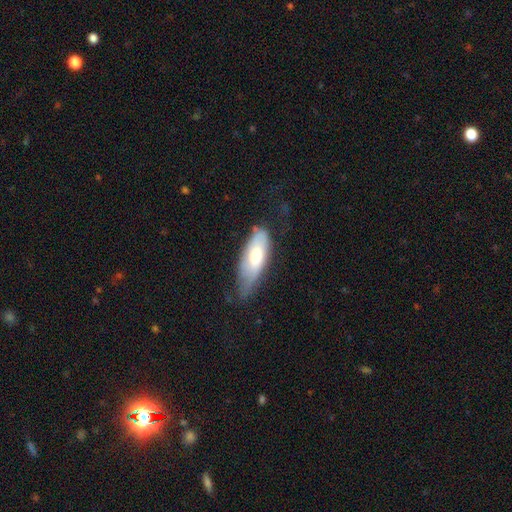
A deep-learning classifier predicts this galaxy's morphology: The model was most divided on "merging": none: 46%, minor disturbance: 38%, major disturbance: 14%, merger: 2%. More confident: how rounded — in between (68%); smooth or featured — smooth (56%).